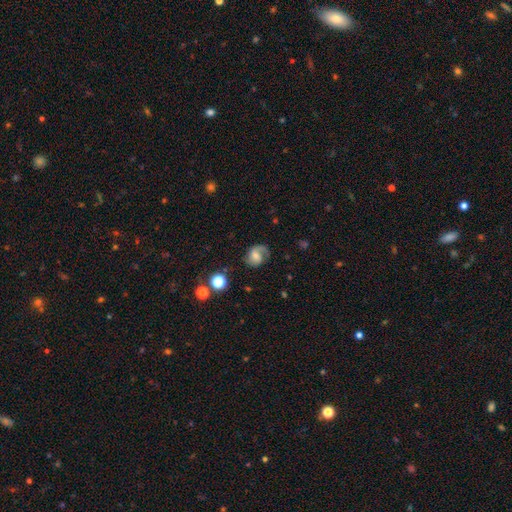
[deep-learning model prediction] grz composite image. It shows a featured or disk galaxy (63%) with no bar (47%), 2 (57%) medium (46%) spiral arms (92%) and a moderate central bulge (39%). Merging: none (63%).